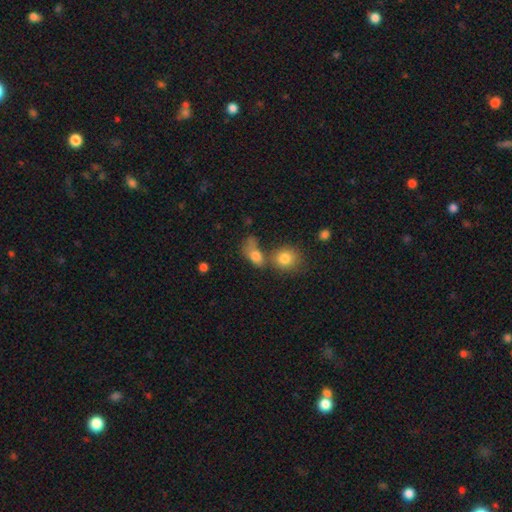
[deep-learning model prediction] Q: Smooth or featured?
A: smooth (77%); runner-up: featured or disk (12%)
Q: How rounded?
A: in between (69%); runner-up: round (26%)
Q: Merging?
A: merger (46%); runner-up: none (27%)